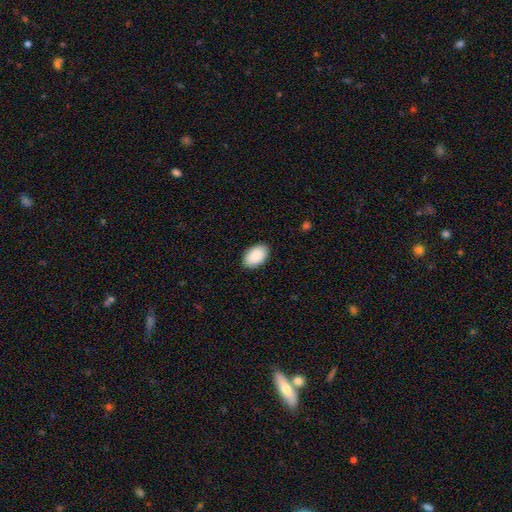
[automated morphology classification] smooth-or-featured: smooth: 91% | star or artifact: 6% | featured or disk: 3%
  how-rounded: in between: 93% | round: 6% | cigar-shaped: 1%
  merging: none: 89% | minor disturbance: 8% | major disturbance: 2% | merger: 1%